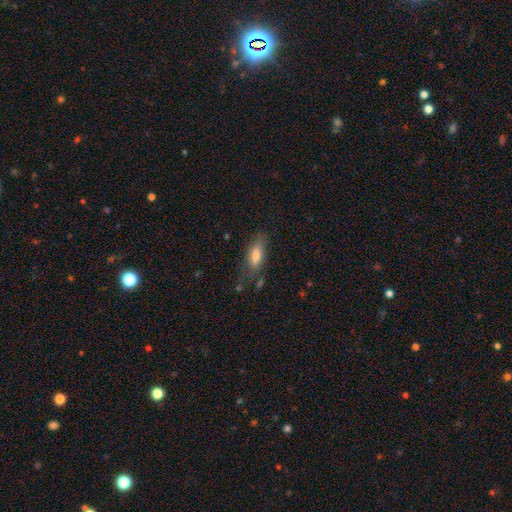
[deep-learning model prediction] smooth 74%, featured or disk 19%, star or artifact 7%. Down the decision tree: how rounded — in between (68%); merging — none (65%).